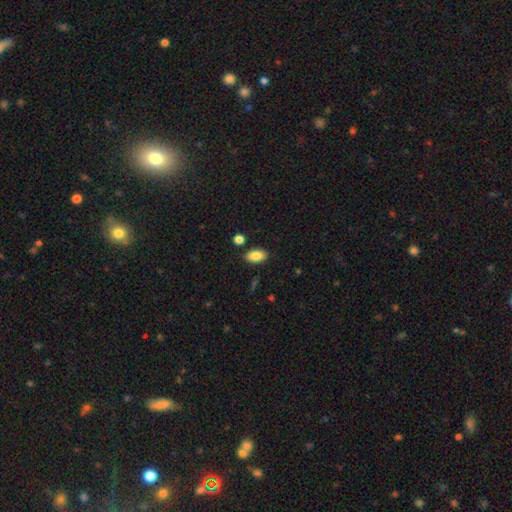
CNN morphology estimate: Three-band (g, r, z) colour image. It shows a smooth galaxy with no disk features (87%) that is in between round and cigar-shaped (92%). Merging: none (84%).